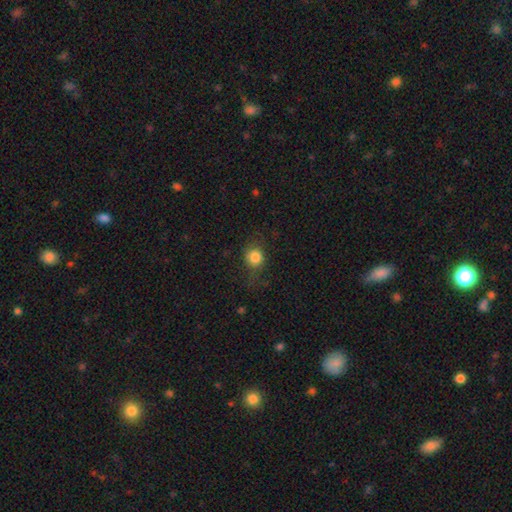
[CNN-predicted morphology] Smooth or featured? smooth (82%)
How rounded? round (85%)
Merging? none (72%)